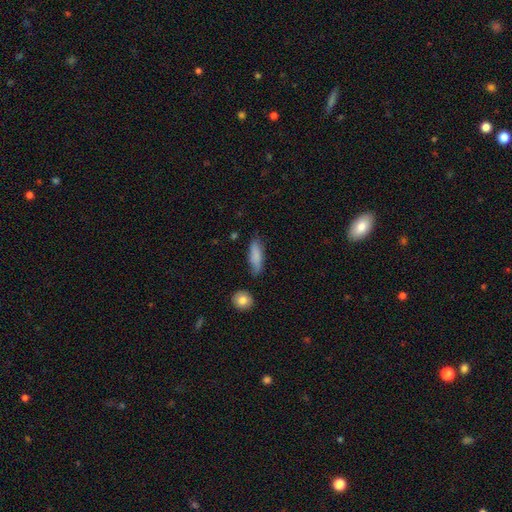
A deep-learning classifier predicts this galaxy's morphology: Overall: smooth (83%). How rounded: in between (50%; cigar-shaped 48%). Merging: none (73%).